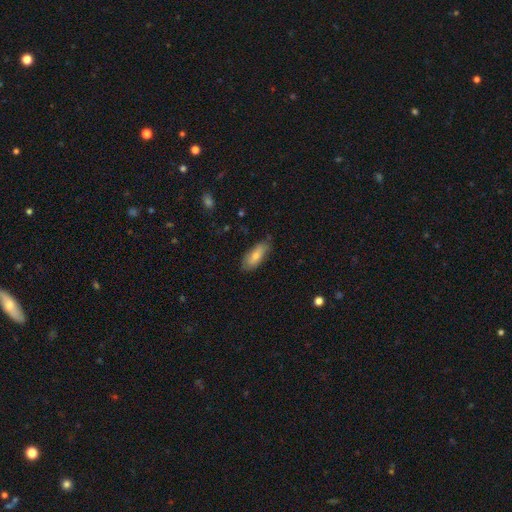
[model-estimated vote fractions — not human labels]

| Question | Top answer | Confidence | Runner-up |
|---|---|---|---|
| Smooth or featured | smooth | 66% | featured or disk (27%) |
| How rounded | in between | 76% | cigar-shaped (21%) |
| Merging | none | 76% | minor disturbance (20%) |